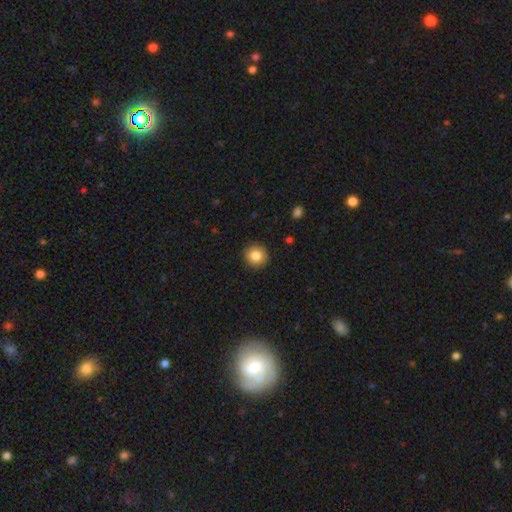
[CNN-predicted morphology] Overall: smooth (84%). How rounded: round (93%). Merging: none (91%).